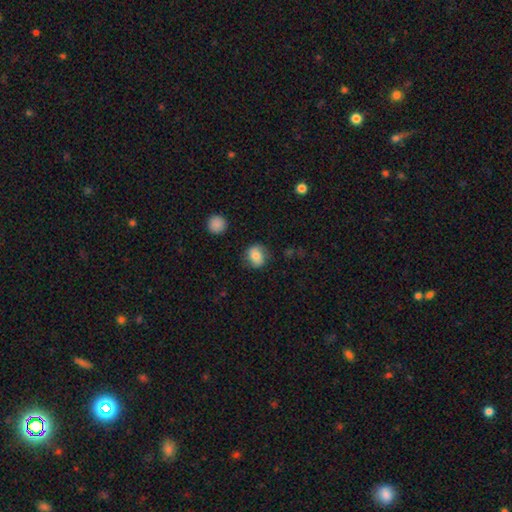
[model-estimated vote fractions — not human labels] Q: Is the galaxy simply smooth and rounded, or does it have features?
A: smooth — 75%.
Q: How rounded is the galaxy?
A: round — 69%.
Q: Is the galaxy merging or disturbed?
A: none — 74%.